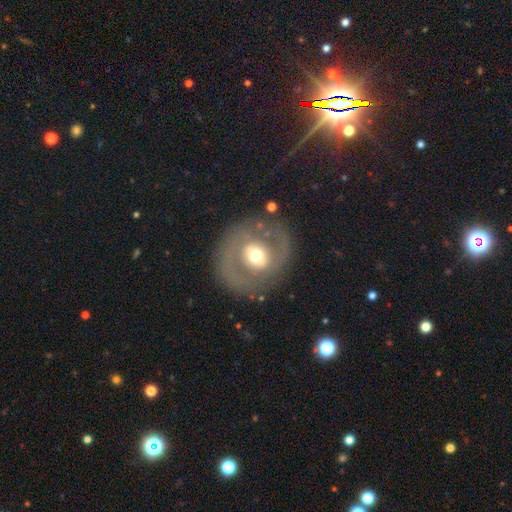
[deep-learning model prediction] A featured or disk galaxy (63%) with no bar (49%), no spiral arms (61%) and a moderate central bulge (65%).

Vote fractions:
- Smooth or featured? featured or disk: 63% / smooth: 30% / star or artifact: 7%
- Edge-on disk? no: 95% / yes: 5%
- Bar? no: 49% / weak: 33% / strong: 17%
- Spiral arms? no: 61% / yes: 39%
- Bulge size? moderate: 65% / large: 20% / small: 11% / dominant: 2% / none: 1%
- Merging? none: 80% / minor disturbance: 11% / major disturbance: 8% / merger: 2%